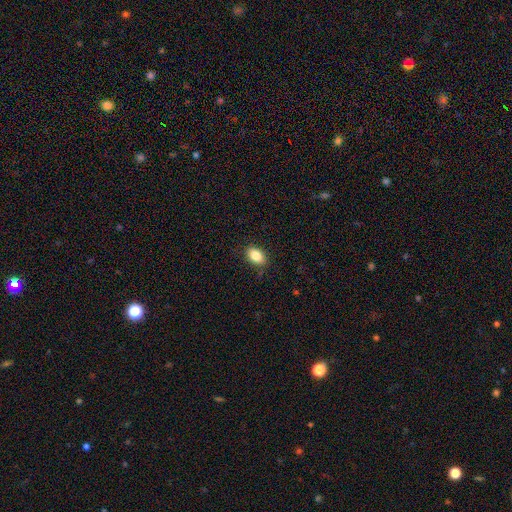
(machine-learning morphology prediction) Smooth or featured?
  - smooth: 85% *
  - star or artifact: 8%
  - featured or disk: 6%
How rounded?
  - in between: 87% *
  - round: 11%
  - cigar-shaped: 1%
Merging?
  - none: 86% *
  - minor disturbance: 11%
  - major disturbance: 2%
  - merger: 1%